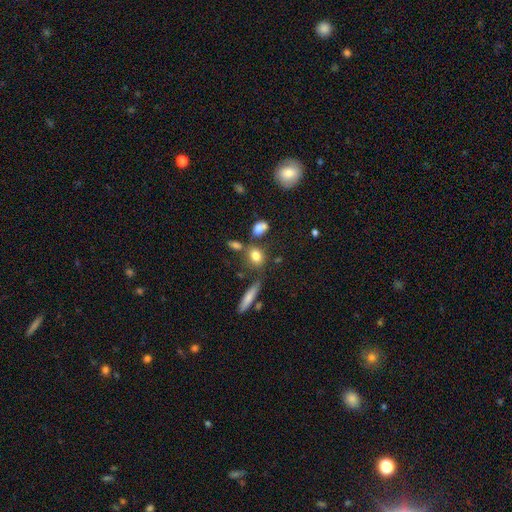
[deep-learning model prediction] Smooth or featured: smooth — 78% (star or artifact — 11%)
How rounded: in between — 61% (round — 33%)
Merging: none — 63% (merger — 17%)